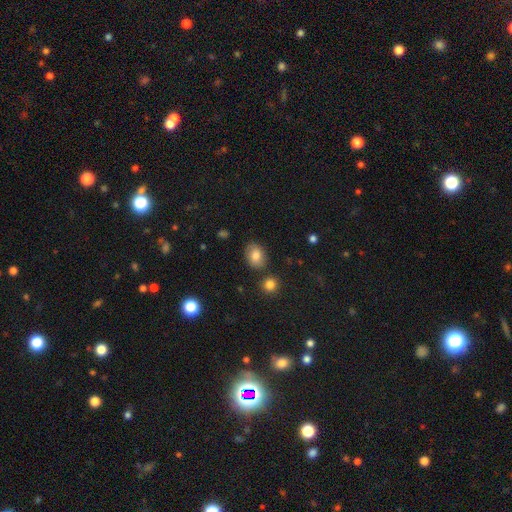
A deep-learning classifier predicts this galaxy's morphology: Smooth or featured? smooth (81%)
How rounded? in between (65%)
Merging? none (81%)